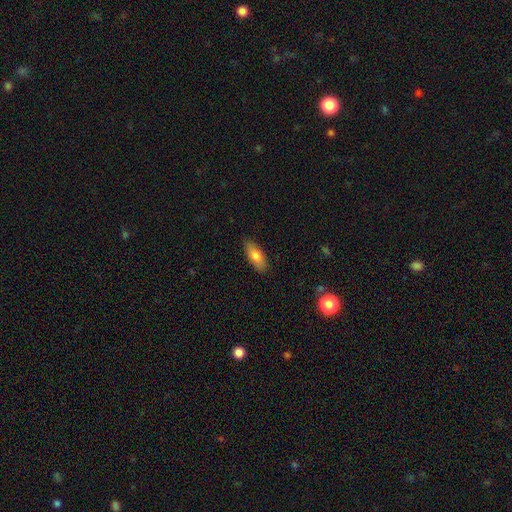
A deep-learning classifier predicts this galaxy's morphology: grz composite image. It shows a smooth galaxy with no disk features (77%) that is in between round and cigar-shaped (74%). Merging: none (87%).